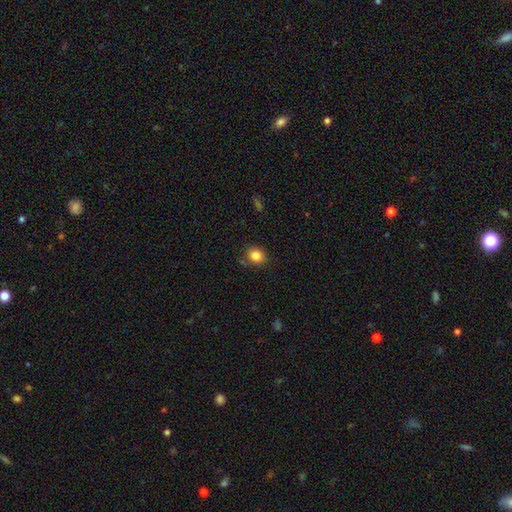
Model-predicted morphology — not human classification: smooth-or-featured: smooth: 85% | star or artifact: 10% | featured or disk: 5%
  how-rounded: round: 69% | in between: 30% | cigar-shaped: 1%
  merging: none: 82% | minor disturbance: 12% | merger: 3% | major disturbance: 3%